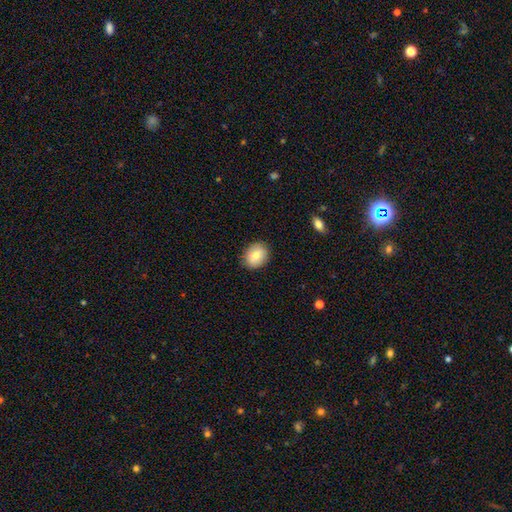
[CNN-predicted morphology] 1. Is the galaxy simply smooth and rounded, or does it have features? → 78% smooth, 15% featured or disk, 8% star or artifact.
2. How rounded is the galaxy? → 56% in between, 43% round, 1% cigar-shaped.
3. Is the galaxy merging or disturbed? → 87% none, 10% minor disturbance, 2% major disturbance, 1% merger.